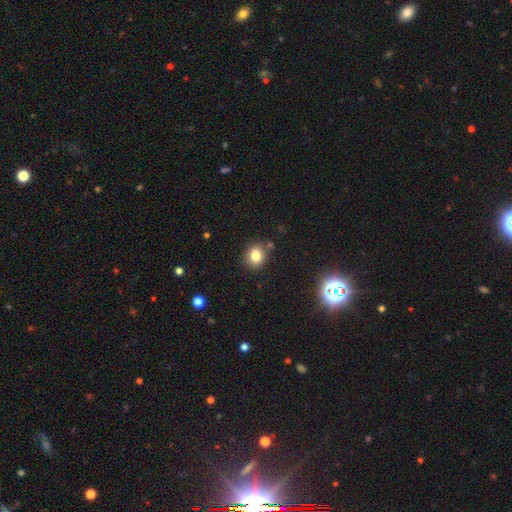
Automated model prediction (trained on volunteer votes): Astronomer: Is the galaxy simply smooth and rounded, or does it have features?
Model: smooth — 80%.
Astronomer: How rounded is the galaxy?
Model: round — 69%.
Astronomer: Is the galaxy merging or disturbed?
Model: none — 81%.